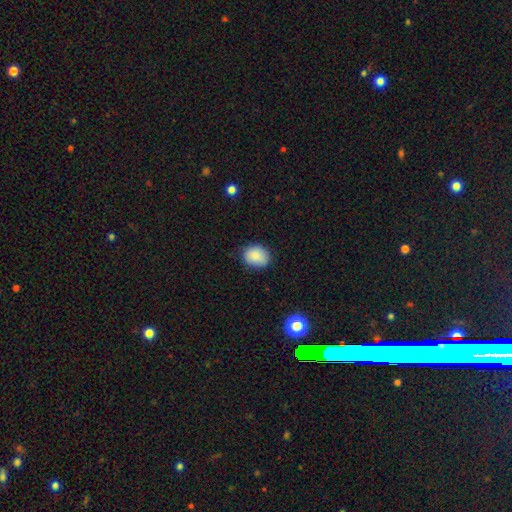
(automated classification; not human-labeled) smooth-or-featured: smooth: 86% | star or artifact: 8% | featured or disk: 6%
  how-rounded: in between: 55% | round: 44% | cigar-shaped: 1%
  merging: none: 80% | minor disturbance: 16% | major disturbance: 3% | merger: 1%